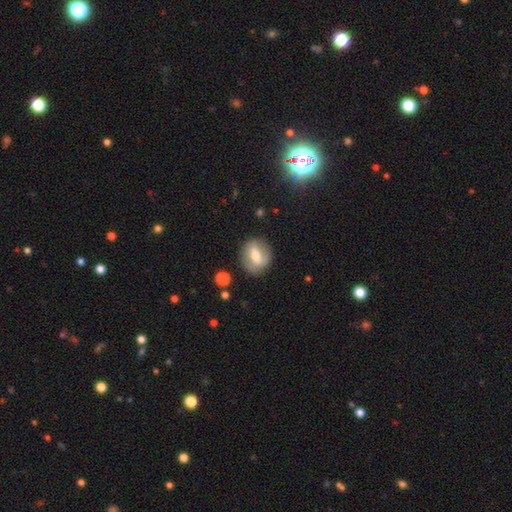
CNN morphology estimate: Smooth or featured? featured or disk (48%)
Merging? none (79%)